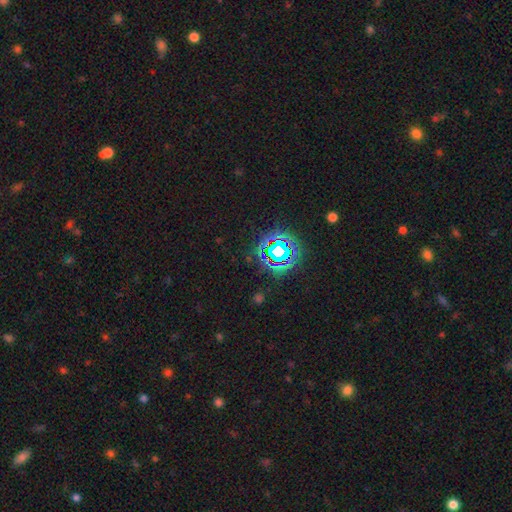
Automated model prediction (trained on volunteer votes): Q: Smooth or featured?
A: star or artifact (80%); runner-up: smooth (13%)